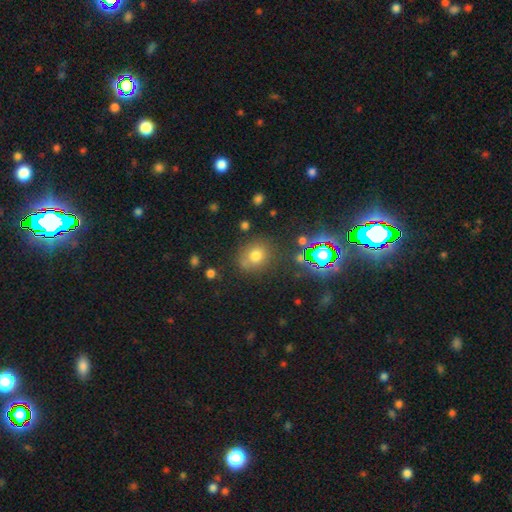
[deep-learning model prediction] smooth 68%, star or artifact 21%, featured or disk 10%. Down the decision tree: how rounded — round (69%); merging — none (71%).